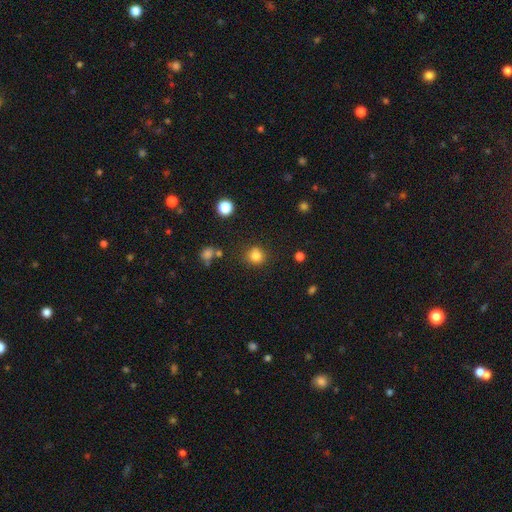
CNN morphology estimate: smooth 82%, star or artifact 13%, featured or disk 5%. Down the decision tree: how rounded — round (88%); merging — none (81%).